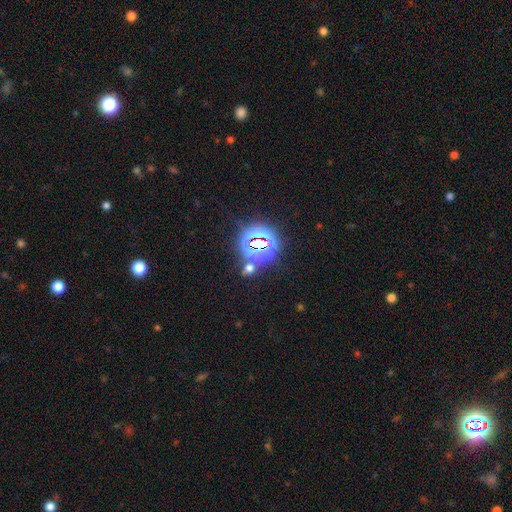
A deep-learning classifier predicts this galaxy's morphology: Smooth or featured? Predicted: star or artifact (p=0.81).